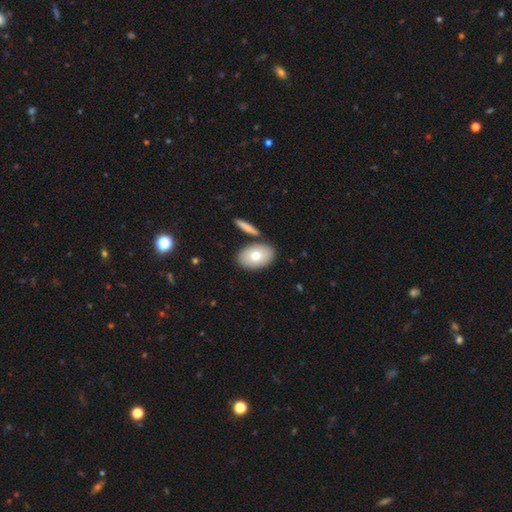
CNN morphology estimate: smooth-or-featured: smooth: 73% | featured or disk: 20% | star or artifact: 7%
  how-rounded: in between: 90% | round: 9% | cigar-shaped: 2%
  merging: none: 78% | merger: 10% | minor disturbance: 9% | major disturbance: 2%